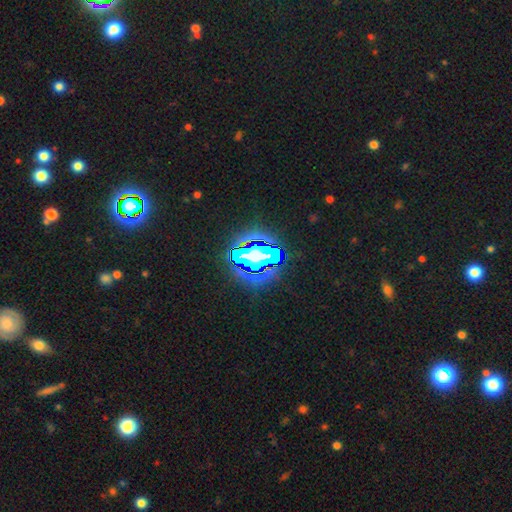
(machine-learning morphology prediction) This appears to be a star or artifact, not a galaxy (63%).